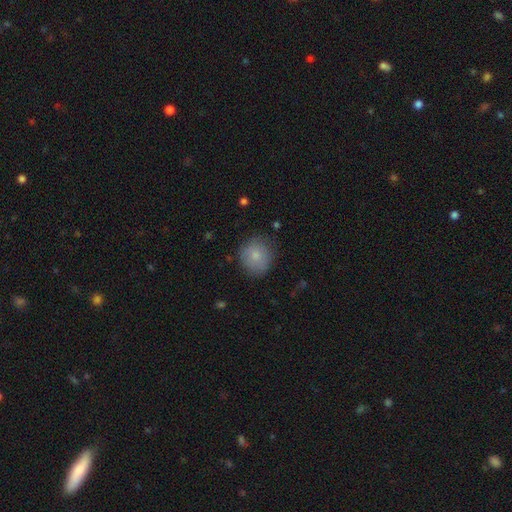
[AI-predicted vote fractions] This appears to be a smooth galaxy with no disk features (82%) that is round (84%). Merging: none (77%).